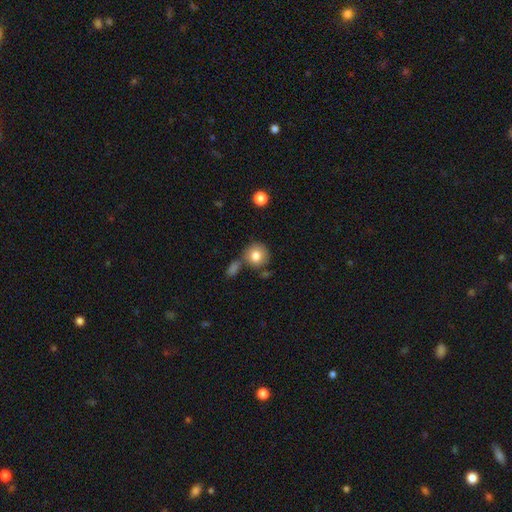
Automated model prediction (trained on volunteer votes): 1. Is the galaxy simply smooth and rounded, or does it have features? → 80% smooth, 11% featured or disk, 9% star or artifact.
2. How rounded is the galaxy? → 89% round, 10% in between, 1% cigar-shaped.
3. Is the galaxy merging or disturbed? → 66% none, 16% merger, 13% minor disturbance, 5% major disturbance.